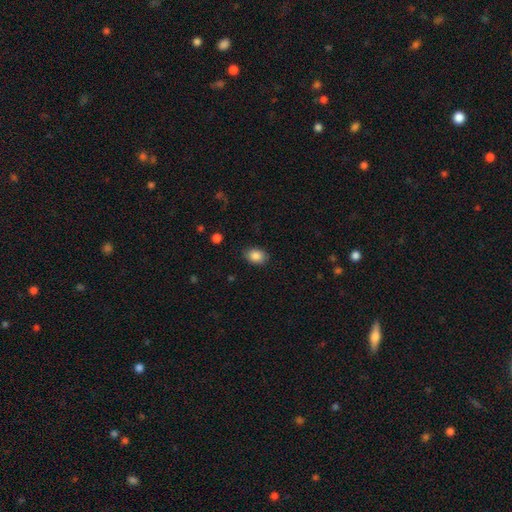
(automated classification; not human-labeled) Overall: smooth (87%). How rounded: in between (75%). Merging: none (85%).